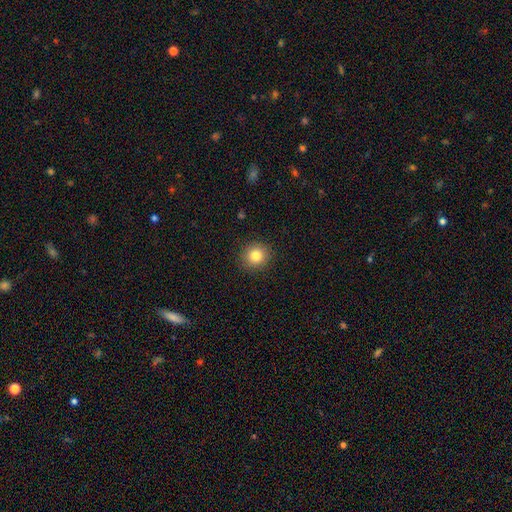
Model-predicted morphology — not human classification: smooth 82%, star or artifact 11%, featured or disk 7%. Down the decision tree: how rounded — round (88%); merging — none (90%).